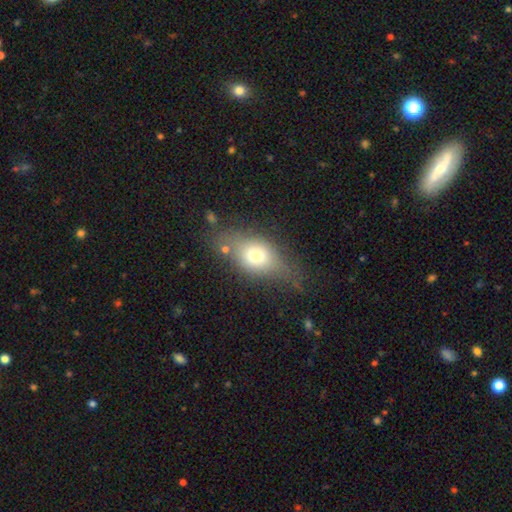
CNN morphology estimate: Smooth or featured? Predicted: smooth (p=0.63). How rounded? Predicted: in between (p=0.68). Merging? Predicted: none (p=0.60).